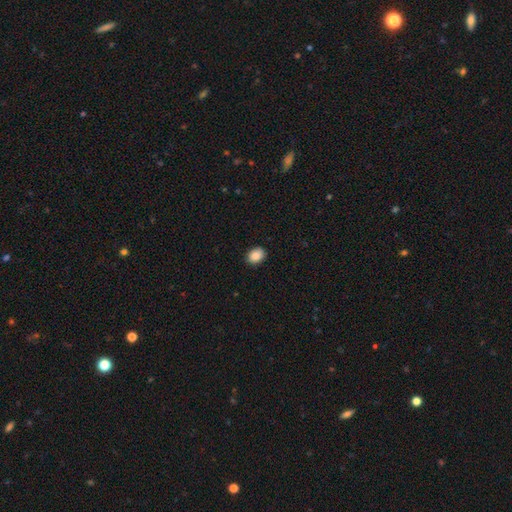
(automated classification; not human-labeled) smooth-or-featured: smooth: 87% | star or artifact: 8% | featured or disk: 5%
  how-rounded: in between: 65% | round: 34% | cigar-shaped: 1%
  merging: none: 89% | minor disturbance: 8% | major disturbance: 2% | merger: 1%